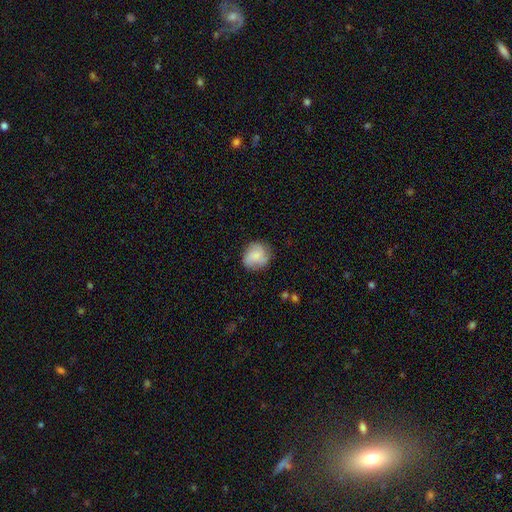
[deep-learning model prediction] Smooth or featured: smooth — 61% (featured or disk — 32%)
How rounded: round — 78% (in between — 21%)
Merging: none — 75% (minor disturbance — 18%)